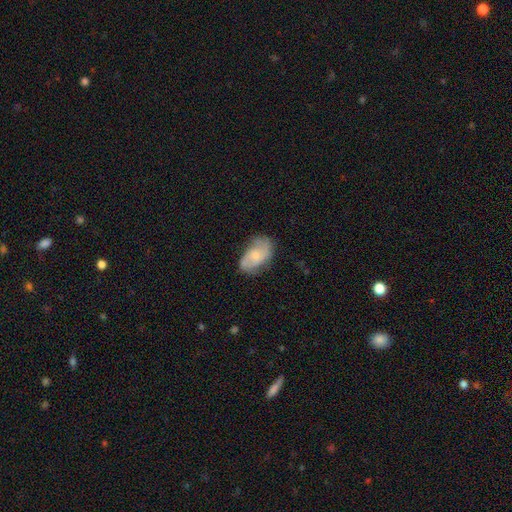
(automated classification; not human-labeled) featured or disk 53%, smooth 40%, star or artifact 7%. Down the decision tree: edge-on disk — no (96%); bar — no (65%); spiral arms — yes (85%); bulge size — small (50%); merging — none (63%).